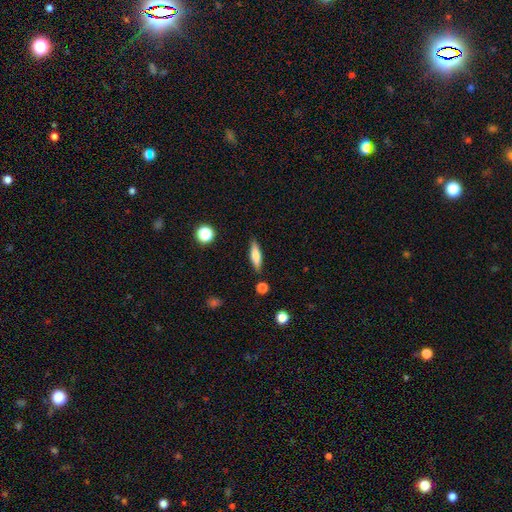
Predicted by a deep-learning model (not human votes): smooth-or-featured: smooth: 74% | featured or disk: 18% | star or artifact: 7%
  how-rounded: cigar-shaped: 60% | in between: 38% | round: 2%
  merging: none: 82% | minor disturbance: 12% | merger: 3% | major disturbance: 3%